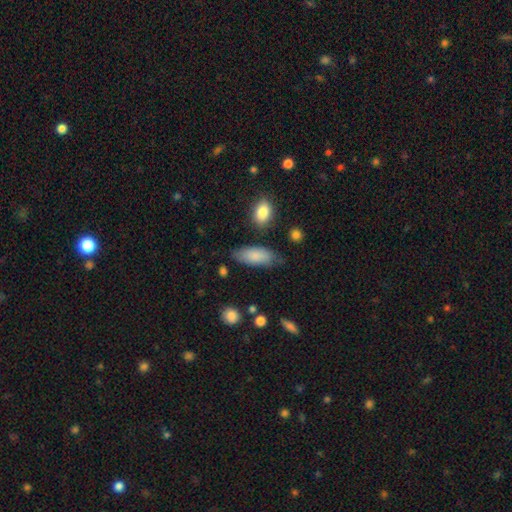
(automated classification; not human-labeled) This appears to be a smooth galaxy with no disk features (82%) that is in between round and cigar-shaped (80%). Merging: none (70%).